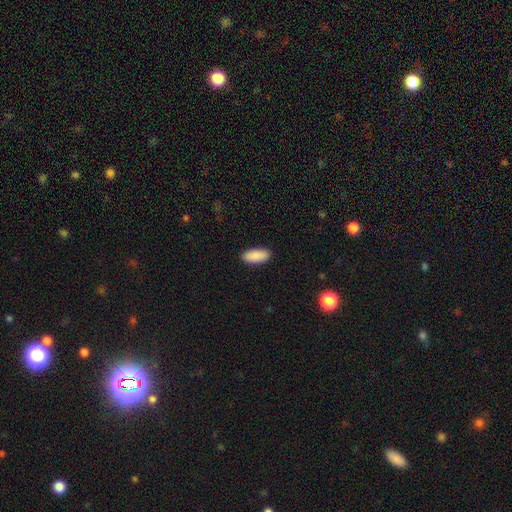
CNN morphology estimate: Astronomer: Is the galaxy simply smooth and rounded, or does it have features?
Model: smooth — 90%.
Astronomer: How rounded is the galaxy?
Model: in between — 87%.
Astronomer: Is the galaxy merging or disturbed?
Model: none — 90%.